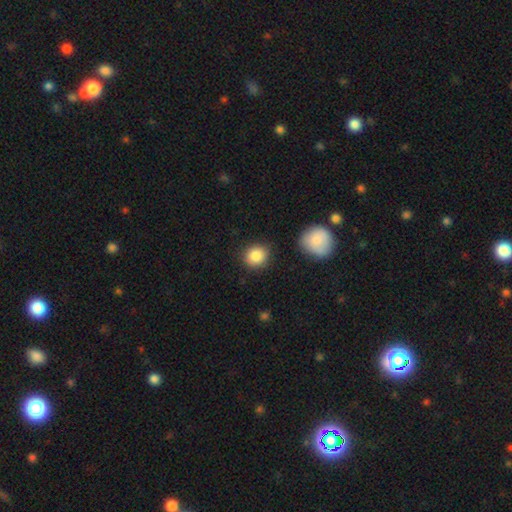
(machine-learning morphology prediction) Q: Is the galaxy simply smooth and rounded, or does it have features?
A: smooth — 87%.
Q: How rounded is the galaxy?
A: round — 84%.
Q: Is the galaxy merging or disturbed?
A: none — 85%.